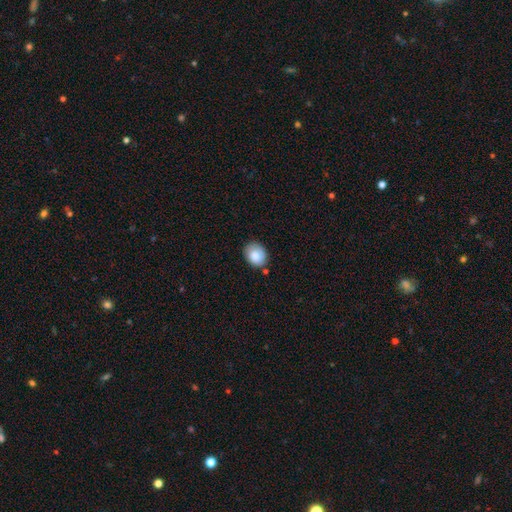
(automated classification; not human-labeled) A smooth galaxy with no disk features (85%) that is in between round and cigar-shaped (60%).

Vote fractions:
- Smooth or featured? smooth: 85% / featured or disk: 8% / star or artifact: 7%
- How rounded? in between: 60% / round: 40% / cigar-shaped: 1%
- Merging? none: 74% / minor disturbance: 19% / merger: 4% / major disturbance: 3%